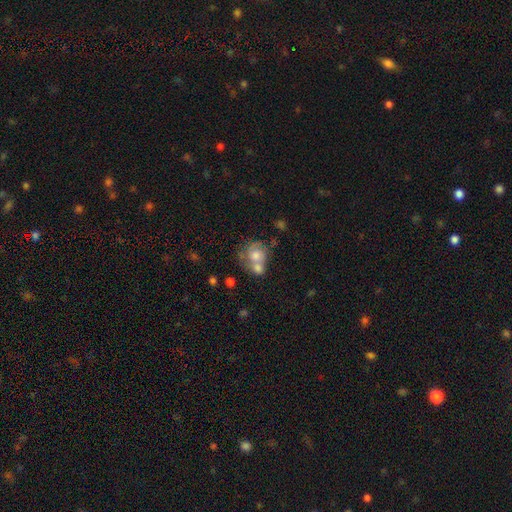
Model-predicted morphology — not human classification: smooth-or-featured: smooth: 51% | featured or disk: 40% | star or artifact: 8%
  how-rounded: round: 69% | in between: 30% | cigar-shaped: 1%
  merging: merger: 54% | none: 24% | minor disturbance: 12% | major disturbance: 9%